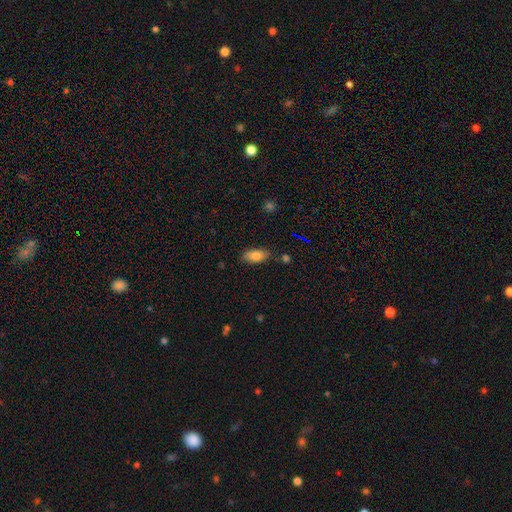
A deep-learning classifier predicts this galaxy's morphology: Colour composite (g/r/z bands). It shows a smooth galaxy with no disk features (82%) that is in between round and cigar-shaped (87%). Merging: none (80%).